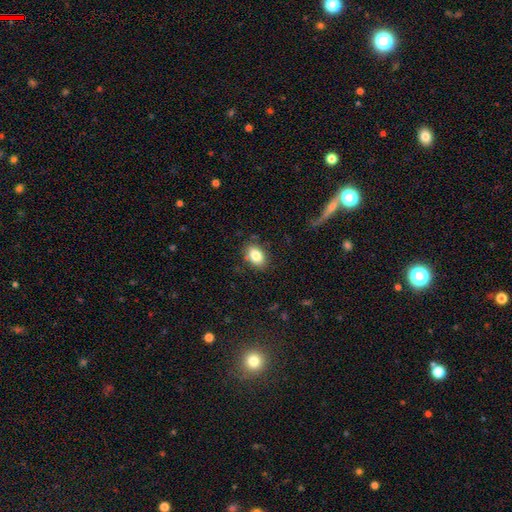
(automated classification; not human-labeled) Smooth or featured?
  - smooth: 84% *
  - star or artifact: 8%
  - featured or disk: 7%
How rounded?
  - in between: 84% *
  - round: 14%
  - cigar-shaped: 1%
Merging?
  - none: 84% *
  - minor disturbance: 12%
  - major disturbance: 3%
  - merger: 1%